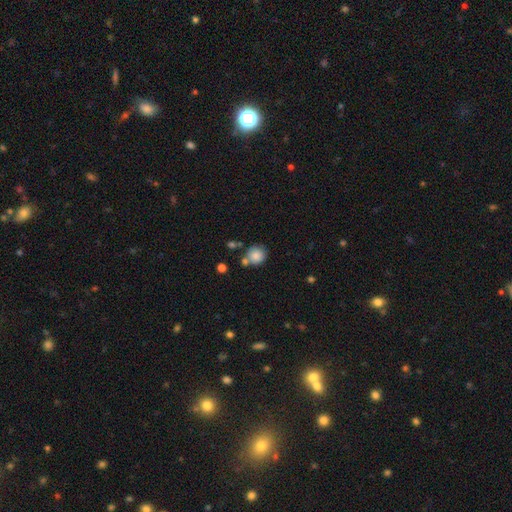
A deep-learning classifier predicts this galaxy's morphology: Q: Smooth or featured?
A: smooth (84%); runner-up: star or artifact (9%)
Q: How rounded?
A: round (88%); runner-up: in between (11%)
Q: Merging?
A: none (65%); runner-up: merger (17%)